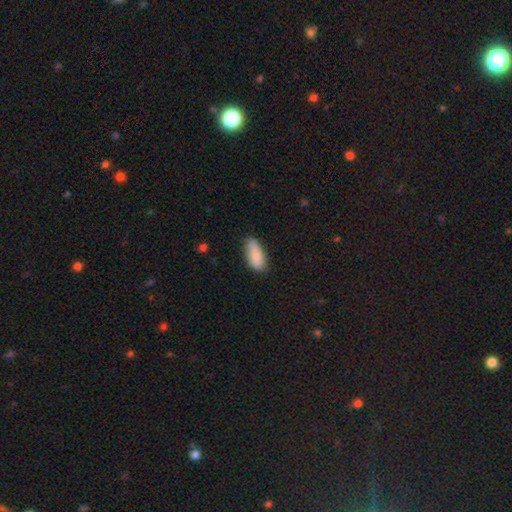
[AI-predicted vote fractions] Smooth or featured?
  - smooth: 86% *
  - featured or disk: 8%
  - star or artifact: 6%
How rounded?
  - in between: 82% *
  - cigar-shaped: 16%
  - round: 2%
Merging?
  - none: 74% *
  - minor disturbance: 21%
  - major disturbance: 3%
  - merger: 2%